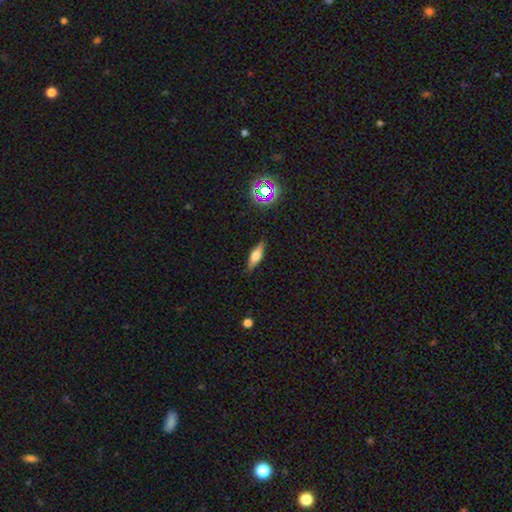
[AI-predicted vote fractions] Smooth or featured? smooth (50%)
How rounded? cigar-shaped (49%)
Merging? none (84%)